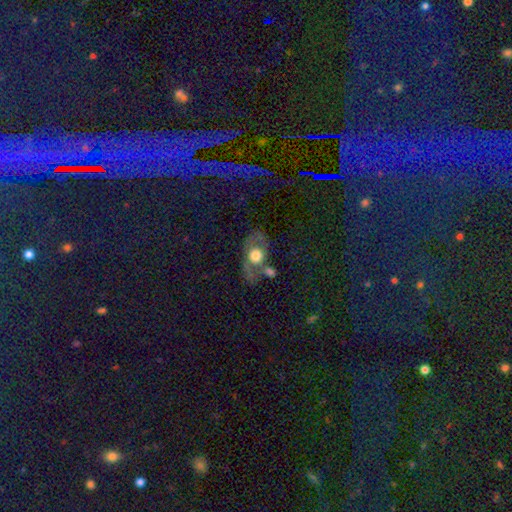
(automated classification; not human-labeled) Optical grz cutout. It shows a smooth galaxy with no disk features (51%) that is in between round and cigar-shaped (58%). Merging: none (45%).